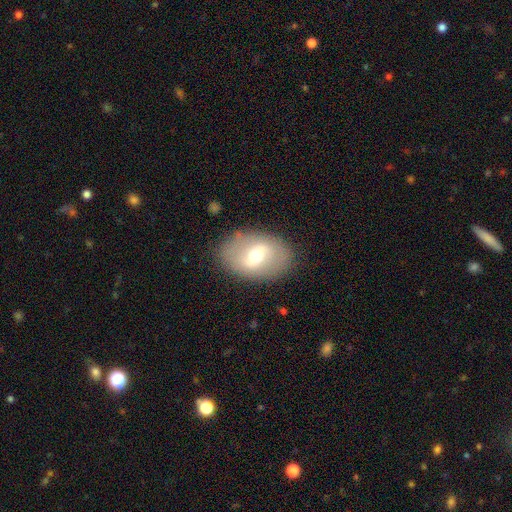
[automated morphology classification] A featured or disk galaxy (53%).

Vote fractions:
- Smooth or featured? featured or disk: 53% / smooth: 40% / star or artifact: 7%
- Edge-on disk? no: 90% / yes: 10%
- Merging? none: 84% / minor disturbance: 10% / major disturbance: 4% / merger: 1%